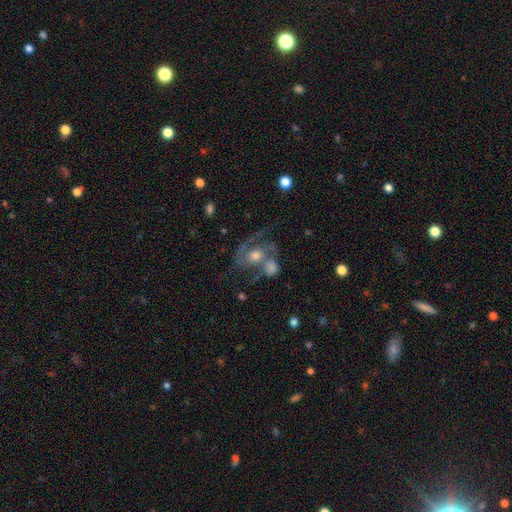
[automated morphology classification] featured or disk 78%, smooth 12%, star or artifact 10%. Down the decision tree: edge-on disk — no (97%); bar — no (66%); spiral arms — yes (90%); spiral arm count — 2 (70%); spiral winding — medium (51%); bulge size — moderate (67%); merging — merger (41%).